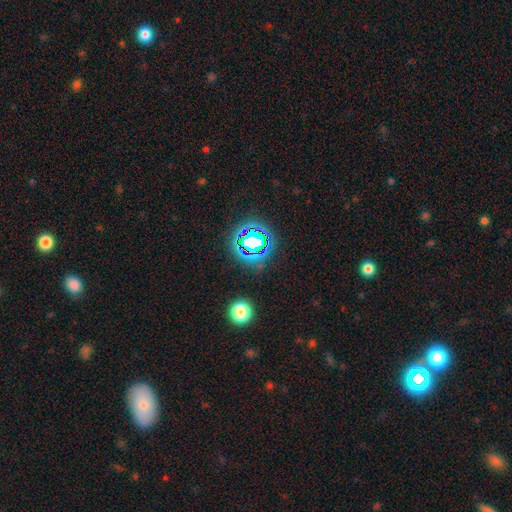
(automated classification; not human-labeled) Smooth or featured?
  - star or artifact: 75% *
  - smooth: 17%
  - featured or disk: 8%